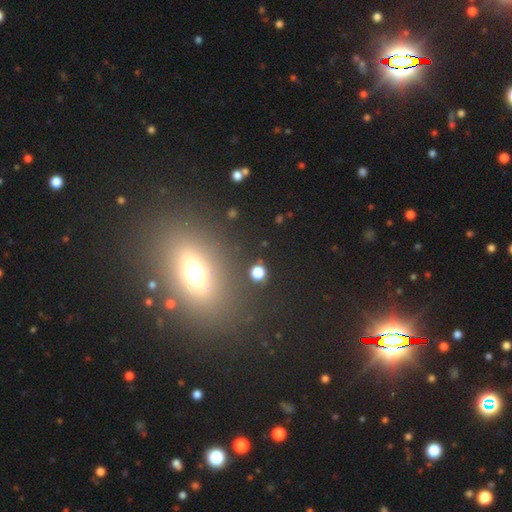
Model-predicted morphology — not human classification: The model was most divided on "smooth or featured": smooth: 52%, star or artifact: 30%, featured or disk: 18%. More confident: merging — none (85%); how rounded — in between (73%).